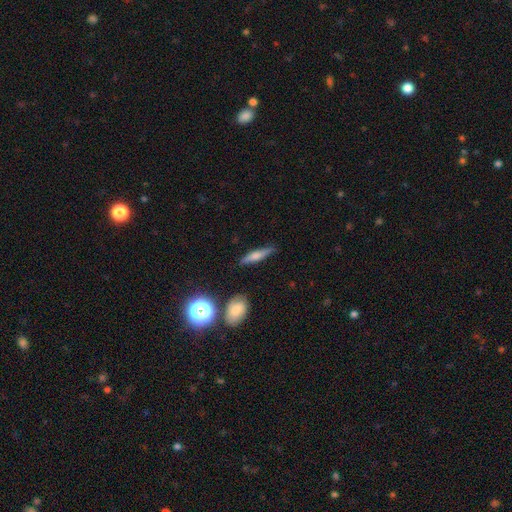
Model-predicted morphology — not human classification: Overall: smooth (52%; featured or disk 40%). How rounded: cigar-shaped (77%). Merging: none (82%).